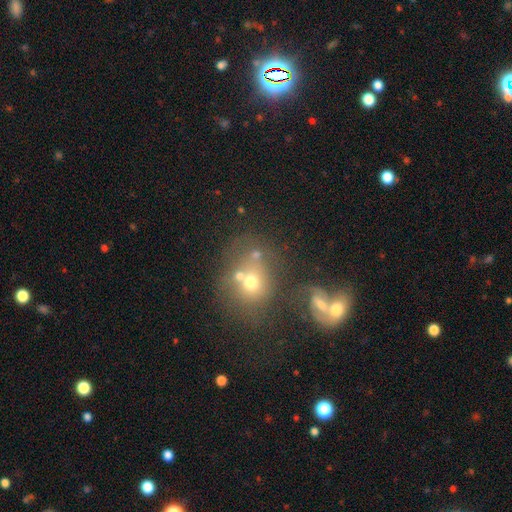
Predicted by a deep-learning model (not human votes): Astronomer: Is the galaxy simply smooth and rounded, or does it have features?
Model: smooth — 55%.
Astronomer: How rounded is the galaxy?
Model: round — 61% (runner-up: in between, 37%).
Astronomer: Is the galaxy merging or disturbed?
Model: merger — 43% (runner-up: none, 34%).